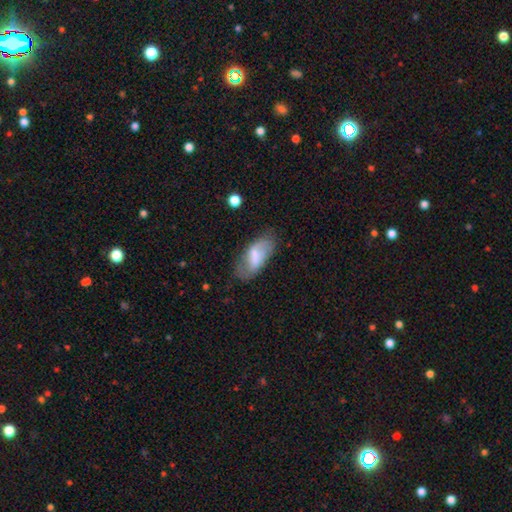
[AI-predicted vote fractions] Morphology: type=smooth (58%); roundness=in between (90%); merging=none (62%).